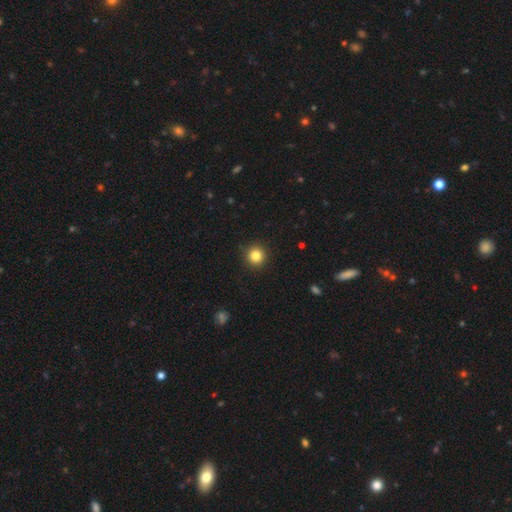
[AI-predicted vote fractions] Q: Smooth or featured?
A: smooth (84%); runner-up: star or artifact (11%)
Q: How rounded?
A: round (94%); runner-up: in between (5%)
Q: Merging?
A: none (92%); runner-up: minor disturbance (5%)